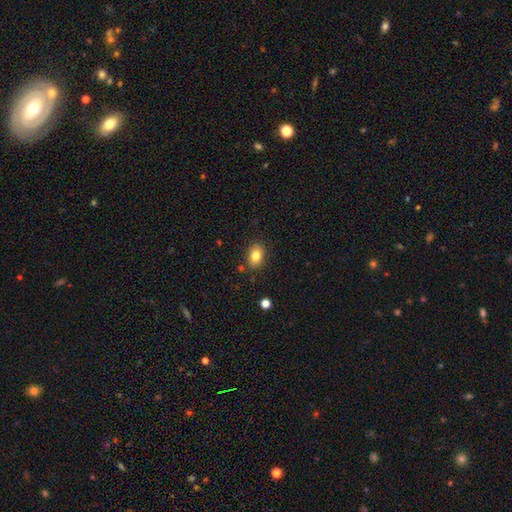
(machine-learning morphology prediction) Overall: smooth (81%). How rounded: in between (76%). Merging: none (84%).